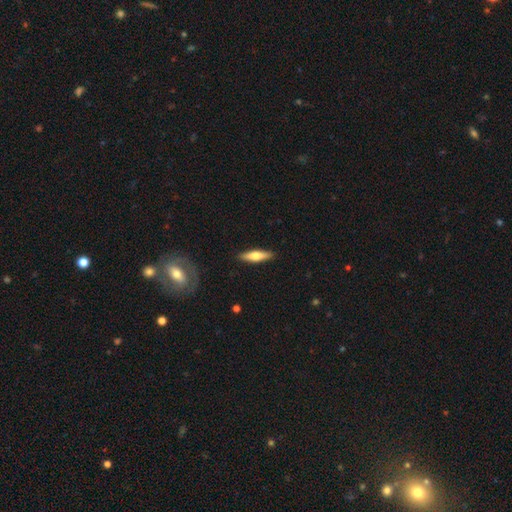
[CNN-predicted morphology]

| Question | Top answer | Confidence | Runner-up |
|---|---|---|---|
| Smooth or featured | smooth | 57% | featured or disk (37%) |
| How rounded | cigar-shaped | 72% | in between (26%) |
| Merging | none | 90% | minor disturbance (7%) |